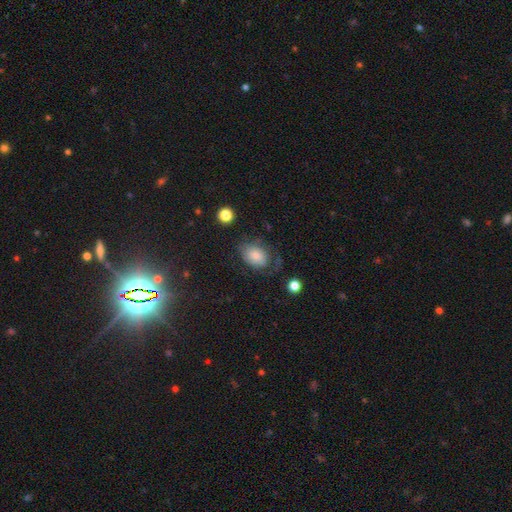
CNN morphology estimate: The model was most divided on "merging": none: 52%, minor disturbance: 27%, major disturbance: 19%, merger: 3%. More confident: how rounded — in between (77%); smooth or featured — smooth (73%).